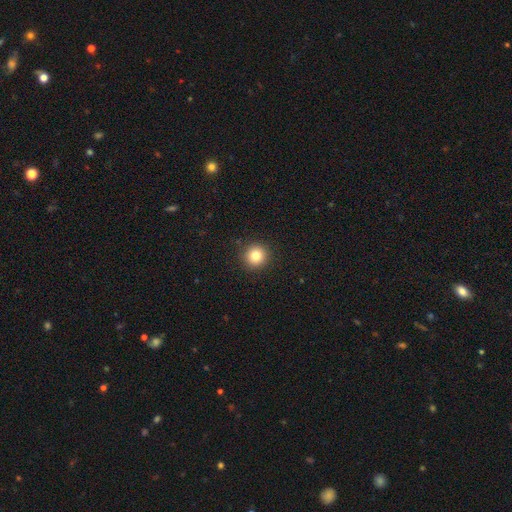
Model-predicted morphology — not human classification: smooth 82%, star or artifact 12%, featured or disk 7%. Down the decision tree: how rounded — round (94%); merging — none (92%).